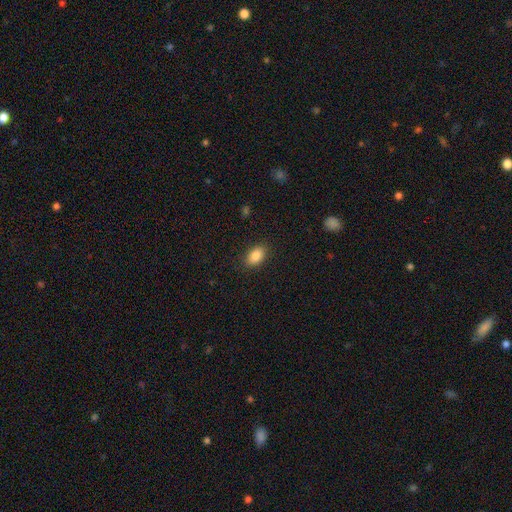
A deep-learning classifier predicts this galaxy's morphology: type=smooth (87%); roundness=in between (89%); merging=none (88%).